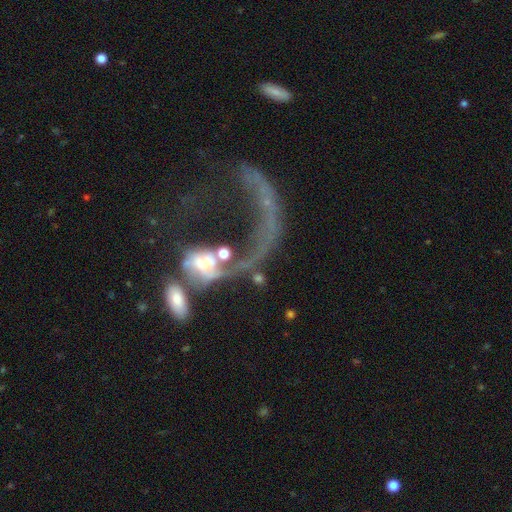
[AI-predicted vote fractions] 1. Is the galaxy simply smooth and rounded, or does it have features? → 66% featured or disk, 21% smooth, 13% star or artifact.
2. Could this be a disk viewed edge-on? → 92% no, 8% yes.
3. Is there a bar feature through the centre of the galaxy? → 70% no, 20% weak, 10% strong.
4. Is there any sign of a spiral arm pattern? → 55% yes, 45% no.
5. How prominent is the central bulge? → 36% small, 33% moderate, 18% none, 9% large, 4% dominant.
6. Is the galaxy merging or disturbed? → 42% merger, 37% major disturbance, 13% none, 7% minor disturbance.